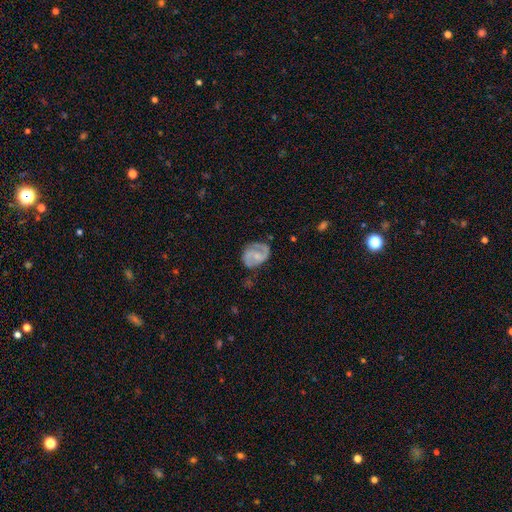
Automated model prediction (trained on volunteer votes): A featured or disk galaxy (76%) with no bar (49%), 2 (86%) medium (51%) spiral arms (92%) and a small central bulge (51%).

Vote fractions:
- Smooth or featured? featured or disk: 76% / smooth: 18% / star or artifact: 6%
- Edge-on disk? no: 98% / yes: 2%
- Bar? no: 49% / weak: 42% / strong: 9%
- Spiral arms? yes: 92% / no: 8%
- Spiral winding? medium: 51% / tight: 25% / loose: 24%
- Spiral arm count? 2: 86% / can't tell: 6% / 1: 5% / 3: 2% / 4: 1% / more than 4: 1%
- Bulge size? small: 51% / moderate: 32% / none: 14% / large: 2% / dominant: 1%
- Merging? none: 68% / minor disturbance: 21% / major disturbance: 9% / merger: 2%